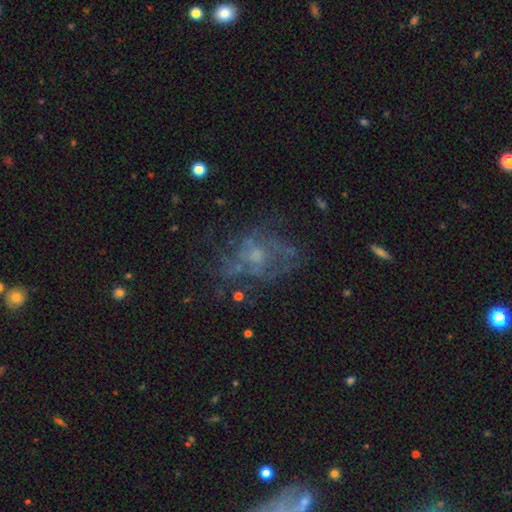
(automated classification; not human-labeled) Smooth or featured: featured or disk — 60% (smooth — 22%)
Edge-on disk: no — 97% (yes — 3%)
Bar: no — 83% (weak — 15%)
Spiral arms: no — 60% (yes — 40%)
Bulge size: moderate — 39% (small — 38%)
Merging: none — 52% (major disturbance — 25%)